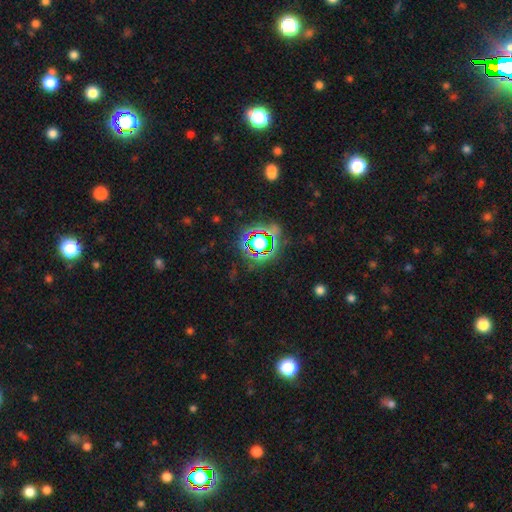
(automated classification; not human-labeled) Overall: star or artifact (79%).